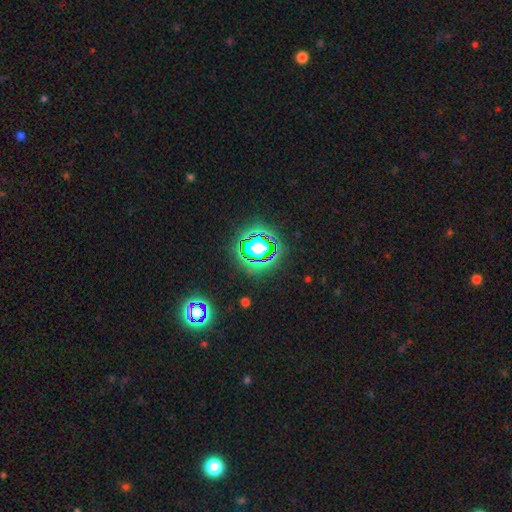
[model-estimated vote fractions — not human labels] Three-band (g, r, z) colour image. It shows a star or artifact, not a galaxy (80%).